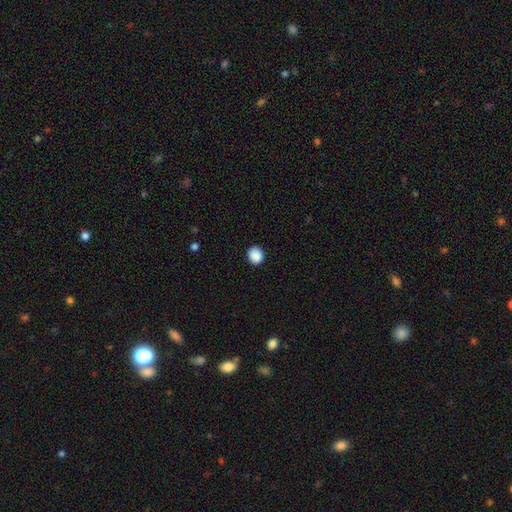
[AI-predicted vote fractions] A smooth galaxy with no disk features (89%) that is round (75%). Merging: none (88%).